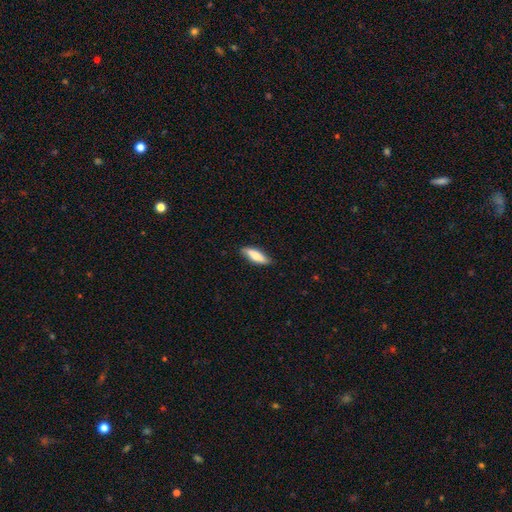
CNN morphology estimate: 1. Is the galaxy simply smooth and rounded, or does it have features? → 75% smooth, 20% featured or disk, 6% star or artifact.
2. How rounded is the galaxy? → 54% in between, 44% cigar-shaped, 2% round.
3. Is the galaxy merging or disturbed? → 84% none, 13% minor disturbance, 2% major disturbance, 1% merger.